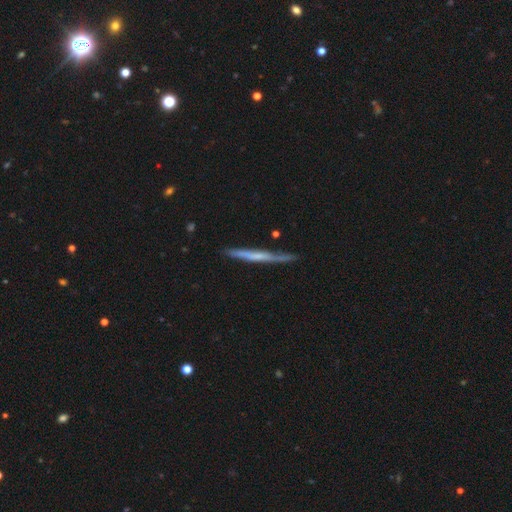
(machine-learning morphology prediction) Smooth or featured? featured or disk (56%)
Edge-on disk? yes (95%)
Edge-on bulge? none (66%)
Merging? none (80%)